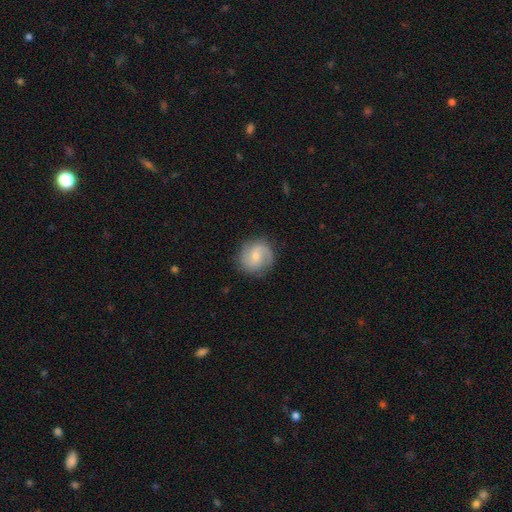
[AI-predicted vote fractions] Smooth or featured? Predicted: featured or disk (p=0.64). Edge-on disk? Predicted: no (p=0.98). Bar? Predicted: weak (p=0.46, tied with no). Spiral arms? Predicted: yes (p=0.92). Spiral winding? Predicted: medium (p=0.46). Spiral arm count? Predicted: 2 (p=0.75). Bulge size? Predicted: small (p=0.49). Merging? Predicted: none (p=0.81).